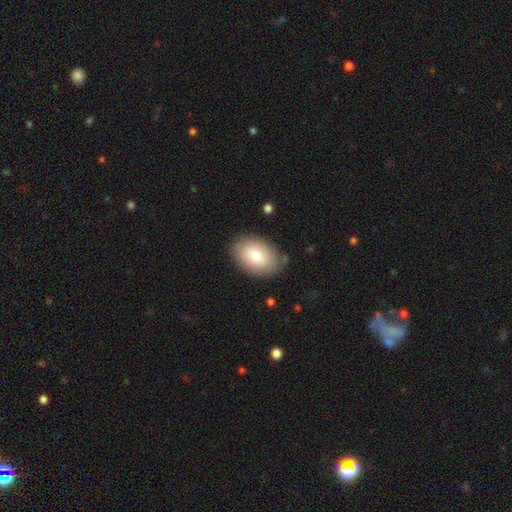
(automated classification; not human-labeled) Morphology: type=smooth (78%); roundness=in between (86%); merging=none (83%).